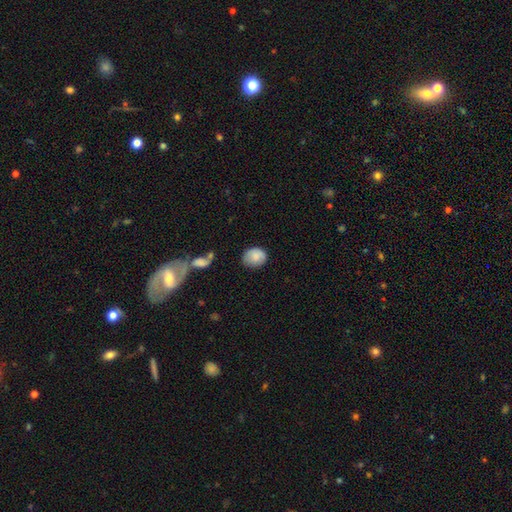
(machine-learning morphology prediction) Smooth or featured?
  - smooth: 82% *
  - featured or disk: 10%
  - star or artifact: 7%
How rounded?
  - round: 57% *
  - in between: 42%
  - cigar-shaped: 1%
Merging?
  - none: 68% *
  - minor disturbance: 23%
  - major disturbance: 6%
  - merger: 3%